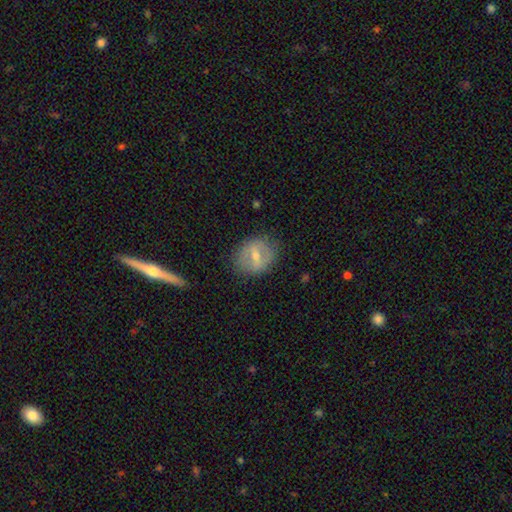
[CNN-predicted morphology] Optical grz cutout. It shows a featured or disk galaxy (54%). Merging: none (81%).